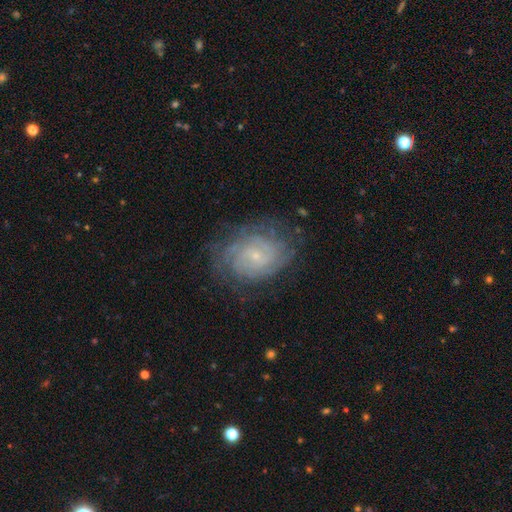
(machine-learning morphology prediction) featured or disk 74%, smooth 17%, star or artifact 9%. Down the decision tree: edge-on disk — no (97%); bar — no (69%); spiral arms — yes (92%); spiral arm count — can't tell (48%); spiral winding — tight (71%); bulge size — small (81%); merging — none (74%).